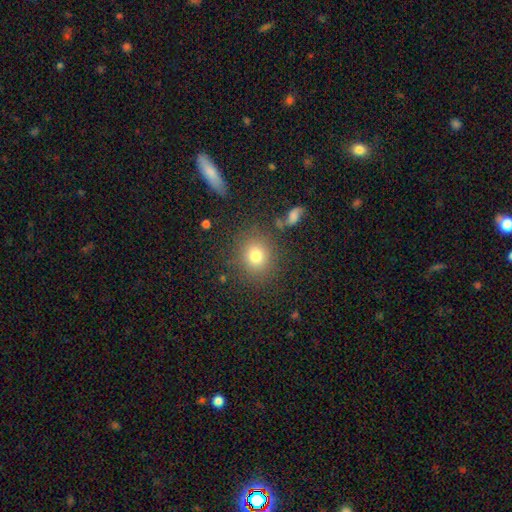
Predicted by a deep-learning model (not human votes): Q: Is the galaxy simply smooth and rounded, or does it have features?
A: smooth — 78%.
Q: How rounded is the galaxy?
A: round — 77%.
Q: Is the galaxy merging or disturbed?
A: none — 84%.